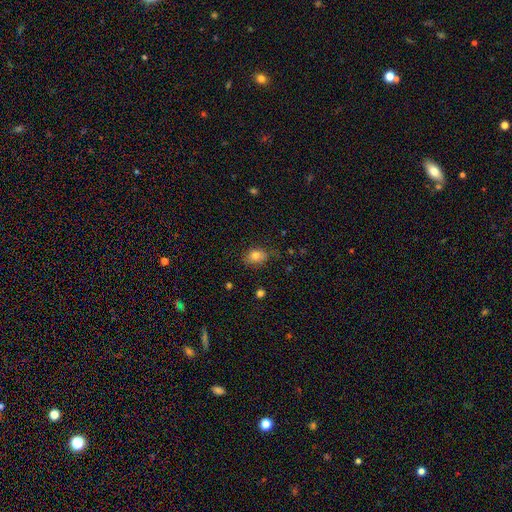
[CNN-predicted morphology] Smooth or featured: smooth — 79% (star or artifact — 11%)
How rounded: in between — 57% (round — 42%)
Merging: none — 68% (minor disturbance — 24%)